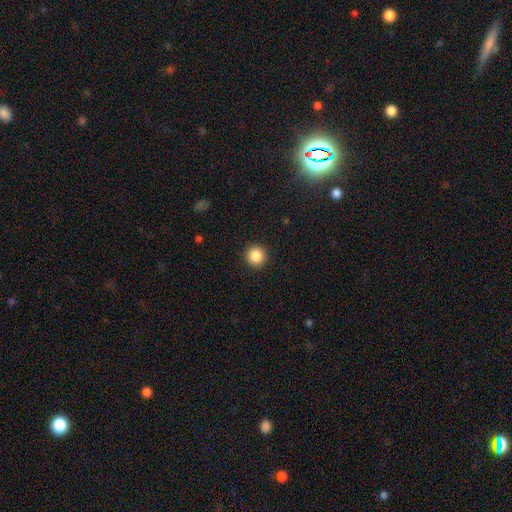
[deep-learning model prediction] A smooth galaxy with no disk features (86%) that is round (94%).

Vote fractions:
- Smooth or featured? smooth: 86% / star or artifact: 10% / featured or disk: 4%
- How rounded? round: 94% / in between: 5% / cigar-shaped: 1%
- Merging? none: 93% / minor disturbance: 5% / major disturbance: 2% / merger: 1%